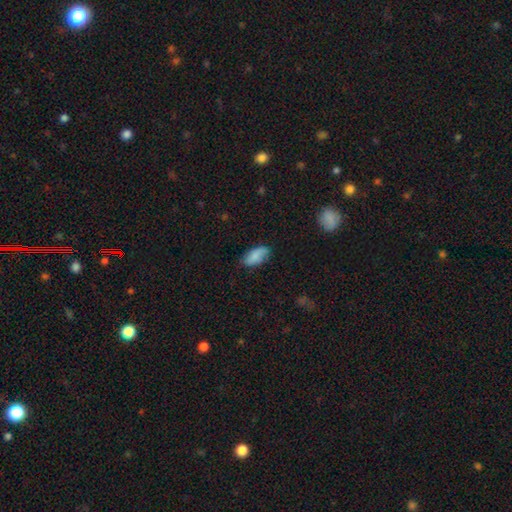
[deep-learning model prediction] Smooth or featured? Predicted: smooth (p=0.81). How rounded? Predicted: in between (p=0.92). Merging? Predicted: none (p=0.69).